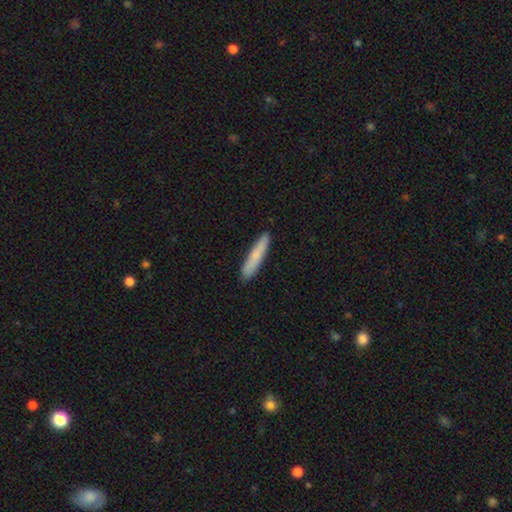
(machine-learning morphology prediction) type=smooth (77%); roundness=cigar-shaped (91%); merging=none (89%).